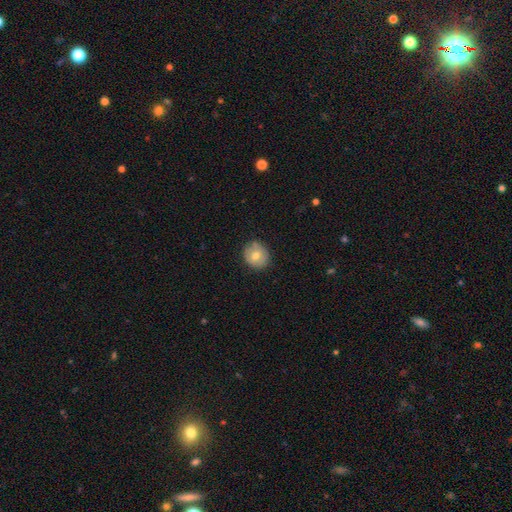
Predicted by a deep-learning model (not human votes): The model was most divided on "smooth or featured": smooth: 72%, featured or disk: 20%, star or artifact: 9%. More confident: merging — none (82%); how rounded — round (81%).